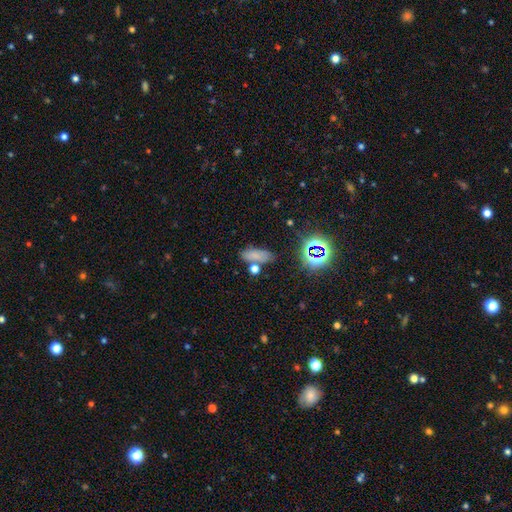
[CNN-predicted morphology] Smooth or featured? Predicted: smooth (p=0.69). How rounded? Predicted: in between (p=0.73). Merging? Predicted: none (p=0.63).